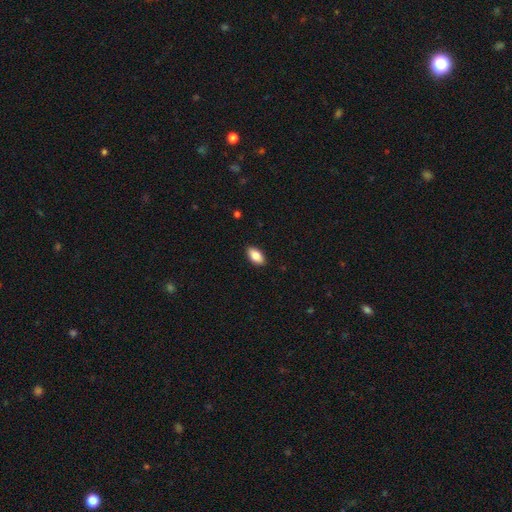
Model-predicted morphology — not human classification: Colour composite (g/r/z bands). It shows a smooth galaxy with no disk features (84%) that is in between round and cigar-shaped (93%). Merging: none (90%).